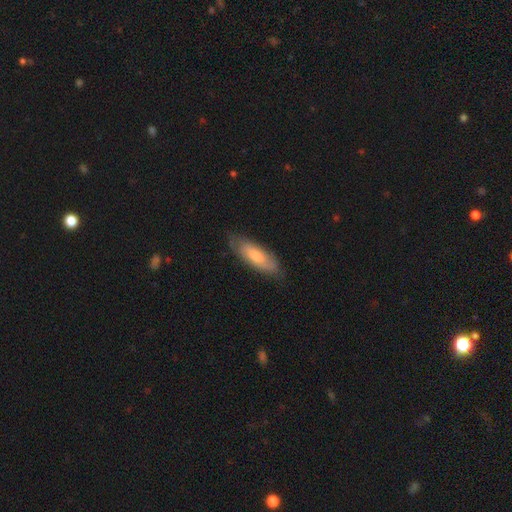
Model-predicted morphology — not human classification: Overall: smooth (60%; featured or disk 34%). How rounded: in between (58%; cigar-shaped 40%). Merging: none (75%).